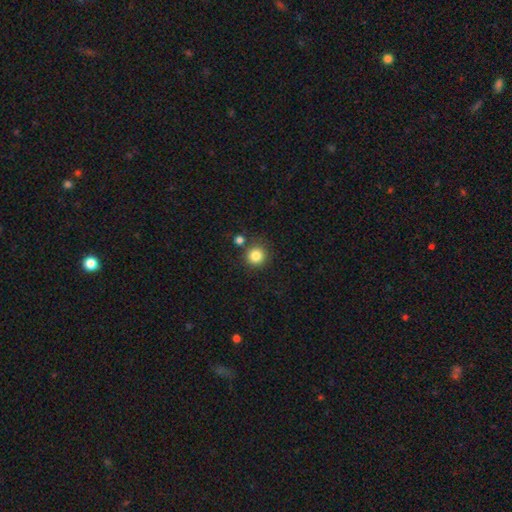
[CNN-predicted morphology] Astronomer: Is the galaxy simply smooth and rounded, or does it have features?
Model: smooth — 84%.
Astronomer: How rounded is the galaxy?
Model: round — 93%.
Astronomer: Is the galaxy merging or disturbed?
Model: none — 80%.